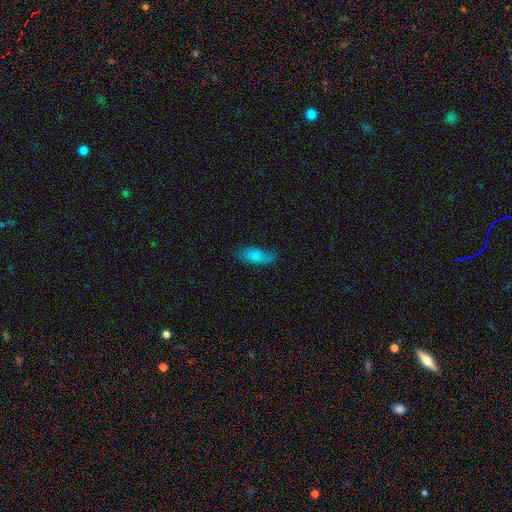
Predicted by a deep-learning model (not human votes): Smooth or featured?
  - smooth: 78% *
  - featured or disk: 14%
  - star or artifact: 8%
How rounded?
  - in between: 82% *
  - cigar-shaped: 15%
  - round: 3%
Merging?
  - none: 58% *
  - minor disturbance: 29%
  - major disturbance: 10%
  - merger: 2%